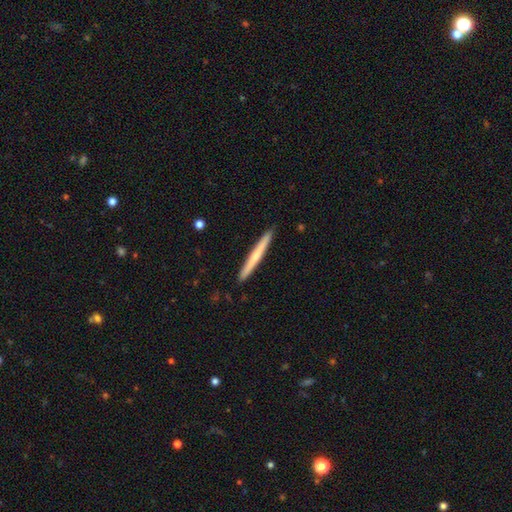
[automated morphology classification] Smooth or featured: smooth — 54% (featured or disk — 41%)
How rounded: cigar-shaped — 97% (in between — 2%)
Merging: none — 92% (minor disturbance — 6%)